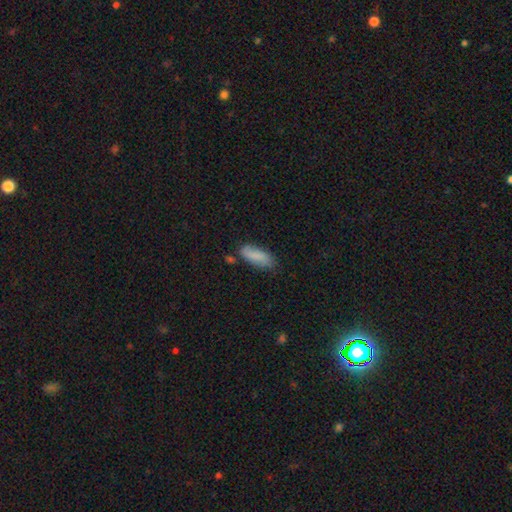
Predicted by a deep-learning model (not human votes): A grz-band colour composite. It shows a smooth galaxy with no disk features (79%) that is in between round and cigar-shaped (75%). Merging: none (67%).